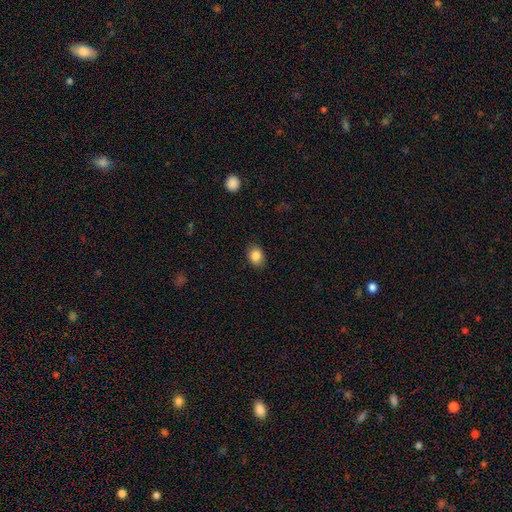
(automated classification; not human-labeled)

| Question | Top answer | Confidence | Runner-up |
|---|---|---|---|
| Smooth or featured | smooth | 86% | star or artifact (9%) |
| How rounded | in between | 65% | round (34%) |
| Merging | none | 85% | minor disturbance (12%) |